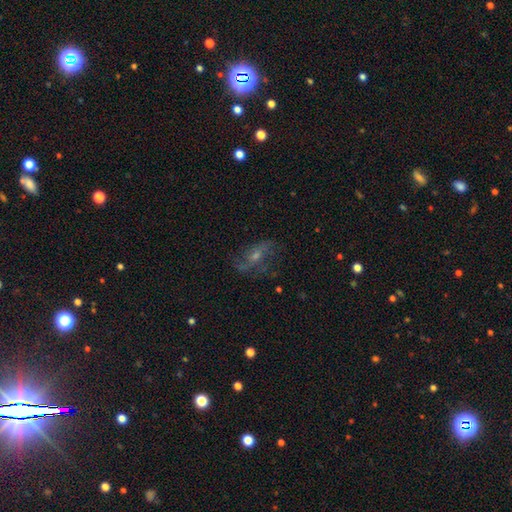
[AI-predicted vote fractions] Smooth or featured: featured or disk — 63% (smooth — 23%)
Edge-on disk: no — 91% (yes — 9%)
Bar: no — 56% (weak — 35%)
Spiral arms: yes — 78% (no — 22%)
Bulge size: small — 48% (moderate — 41%)
Merging: none — 61% (minor disturbance — 20%)